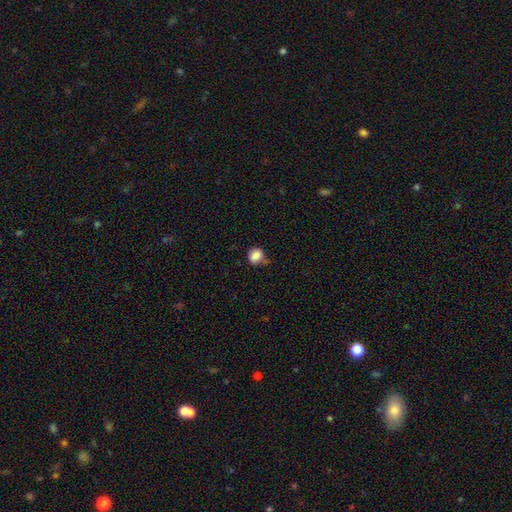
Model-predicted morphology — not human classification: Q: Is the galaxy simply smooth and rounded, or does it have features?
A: smooth — 86%.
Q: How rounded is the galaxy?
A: round — 61%.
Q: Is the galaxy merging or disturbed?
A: none — 60%.